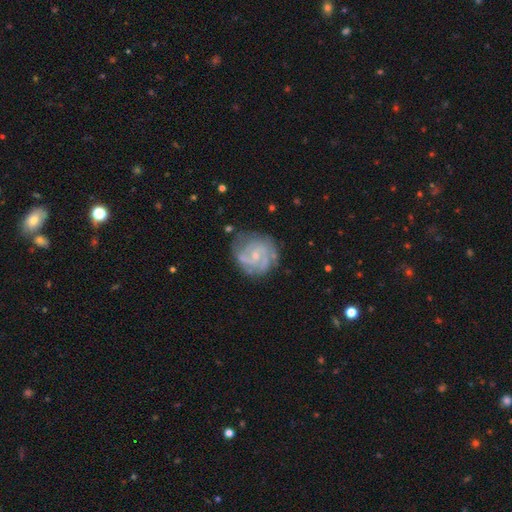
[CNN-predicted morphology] smooth_or_featured: featured or disk (p=0.83) [alt: smooth p=0.11]
disk_edge_on: no (p=0.98) [alt: yes p=0.02]
bar: no (p=0.62) [alt: weak p=0.33]
has_spiral_arms: yes (p=0.94) [alt: no p=0.06]
spiral_winding: tight (p=0.55) [alt: medium p=0.37]
spiral_arm_count: 2 (p=0.41) [alt: 3 p=0.22]
bulge_size: small (p=0.72) [alt: moderate p=0.24]
merging: none (p=0.71) [alt: minor disturbance p=0.20]